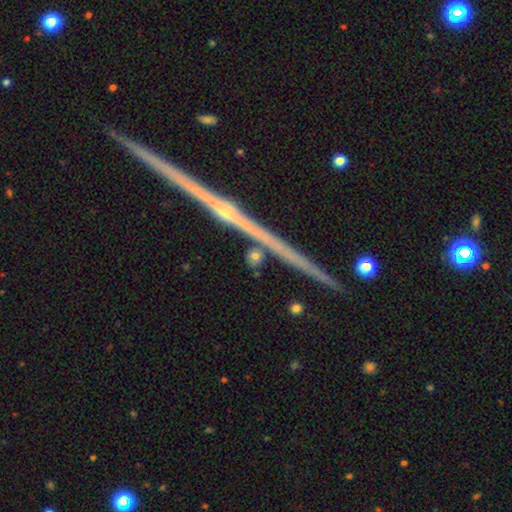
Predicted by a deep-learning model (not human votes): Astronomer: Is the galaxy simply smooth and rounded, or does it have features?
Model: featured or disk — 38% (runner-up: smooth, 37%).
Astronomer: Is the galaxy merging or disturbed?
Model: none — 84%.